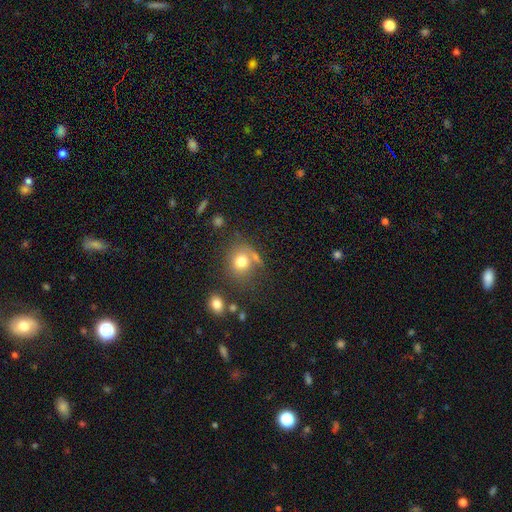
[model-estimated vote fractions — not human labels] Smooth or featured: smooth — 64% (star or artifact — 25%)
How rounded: round — 83% (in between — 16%)
Merging: none — 69% (minor disturbance — 13%)